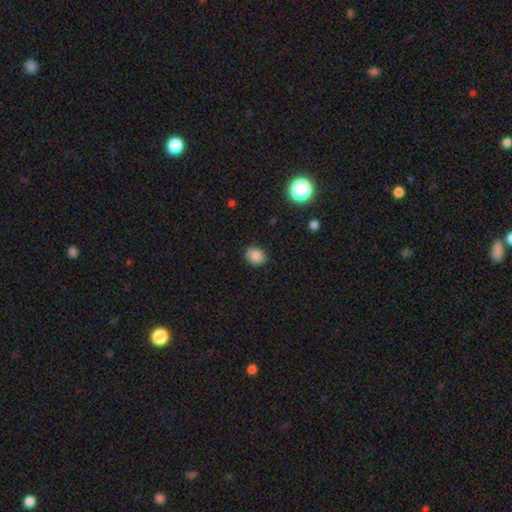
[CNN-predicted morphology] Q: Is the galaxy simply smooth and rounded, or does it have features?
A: smooth — 86%.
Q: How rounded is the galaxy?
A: round — 59%.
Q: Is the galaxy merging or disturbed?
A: none — 85%.